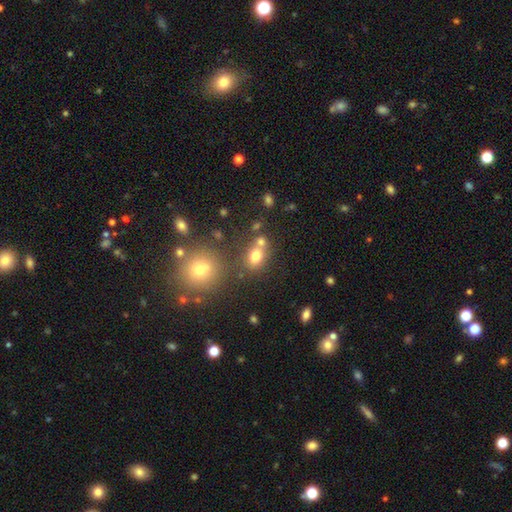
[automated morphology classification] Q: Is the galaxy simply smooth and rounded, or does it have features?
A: smooth — 73%.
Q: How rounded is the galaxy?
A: in between — 56%.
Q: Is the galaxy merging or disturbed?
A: none — 55%.